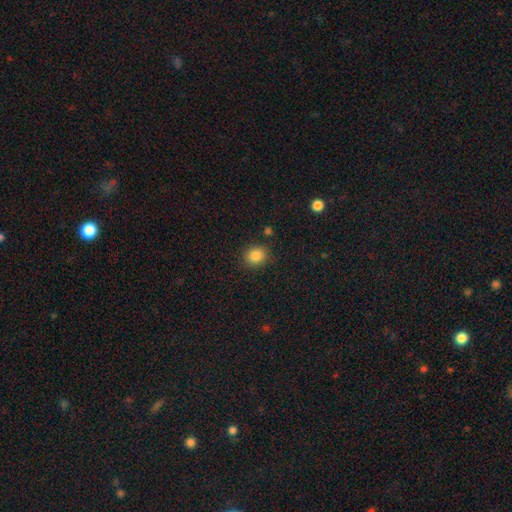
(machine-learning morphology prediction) smooth-or-featured: smooth: 86% | star or artifact: 10% | featured or disk: 4%
  how-rounded: round: 69% | in between: 30% | cigar-shaped: 1%
  merging: none: 86% | minor disturbance: 9% | major disturbance: 3% | merger: 2%